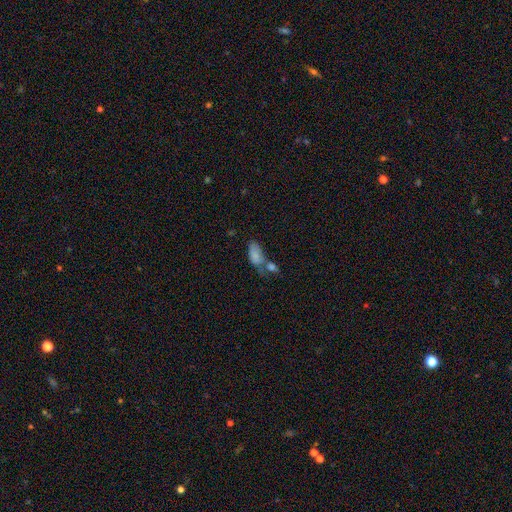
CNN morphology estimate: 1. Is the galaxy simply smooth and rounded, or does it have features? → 76% smooth, 16% featured or disk, 8% star or artifact.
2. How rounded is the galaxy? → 91% in between, 4% cigar-shaped, 4% round.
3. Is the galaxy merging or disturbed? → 53% merger, 24% none, 14% minor disturbance, 9% major disturbance.